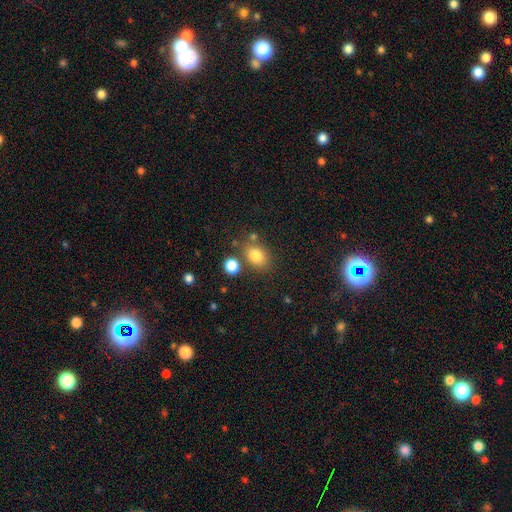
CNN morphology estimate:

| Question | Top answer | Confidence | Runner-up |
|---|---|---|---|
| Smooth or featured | smooth | 80% | star or artifact (11%) |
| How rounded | in between | 62% | round (37%) |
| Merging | none | 69% | minor disturbance (14%) |